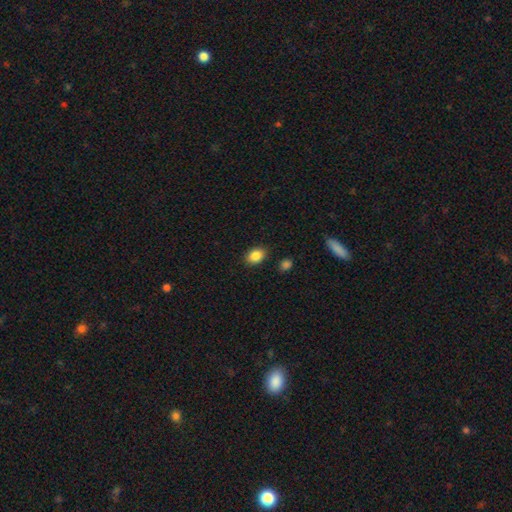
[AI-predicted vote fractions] smooth 87%, star or artifact 9%, featured or disk 5%. Down the decision tree: how rounded — in between (72%); merging — none (87%).